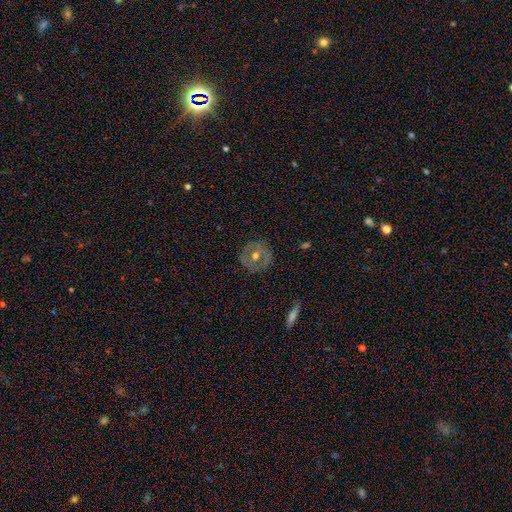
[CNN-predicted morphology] The model was most divided on "smooth or featured": featured or disk: 58%, smooth: 33%, star or artifact: 9%. More confident: edge-on disk — no (93%); merging — none (85%); bulge size — moderate (73%); spiral arms — no (73%); bar — no (69%).